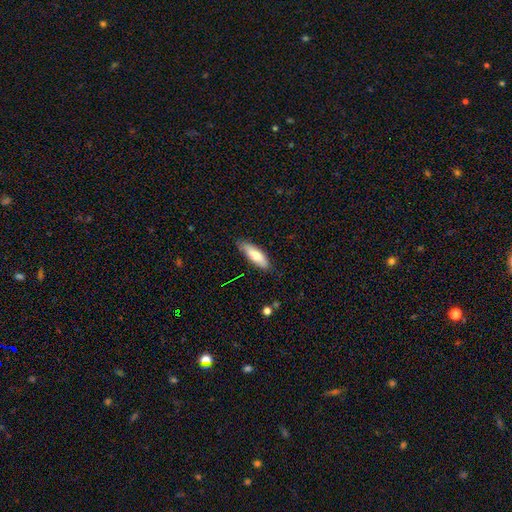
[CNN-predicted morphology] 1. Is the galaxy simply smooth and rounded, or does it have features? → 72% smooth, 22% featured or disk, 6% star or artifact.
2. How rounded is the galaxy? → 55% in between, 44% cigar-shaped, 2% round.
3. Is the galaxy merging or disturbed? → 80% none, 16% minor disturbance, 3% major disturbance, 1% merger.